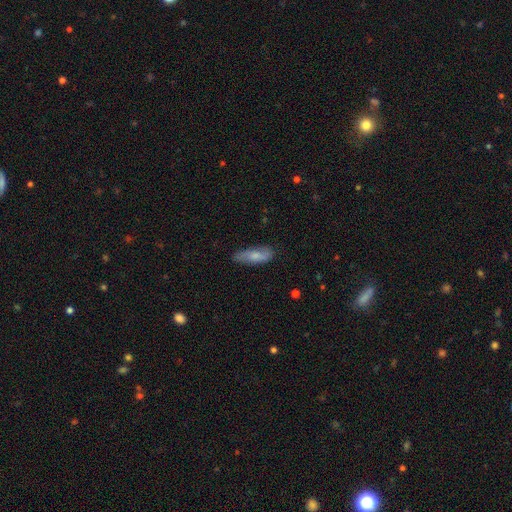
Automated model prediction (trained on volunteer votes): Morphology: type=smooth (67%); roundness=in between (58%); merging=none (71%).